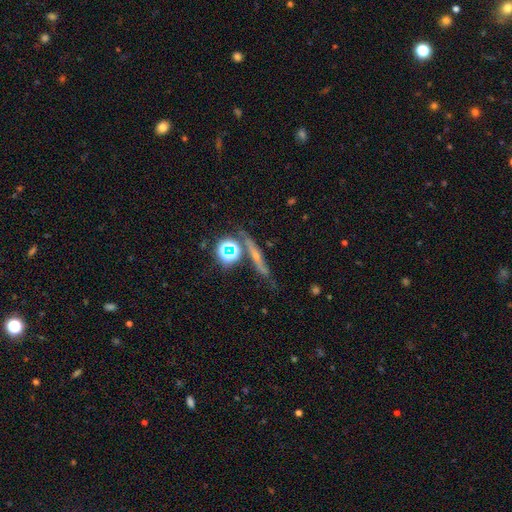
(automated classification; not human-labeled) A featured or disk galaxy (47%).

Vote fractions:
- Smooth or featured? featured or disk: 47% / smooth: 27% / star or artifact: 26%
- Merging? none: 73% / minor disturbance: 14% / merger: 7% / major disturbance: 6%